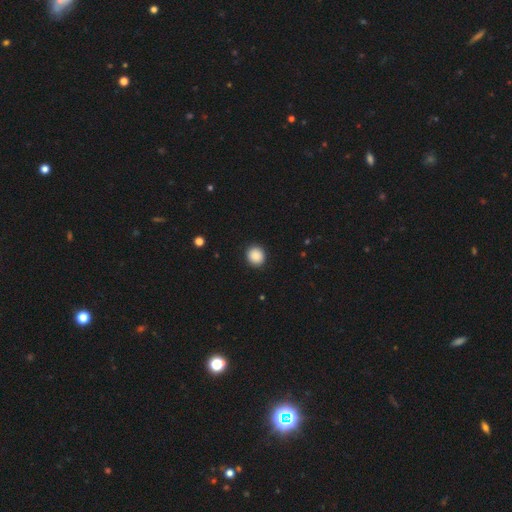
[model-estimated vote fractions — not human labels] The model was most divided on "how rounded": round: 86%, in between: 13%, cigar-shaped: 1%. More confident: merging — none (92%); smooth or featured — smooth (88%).